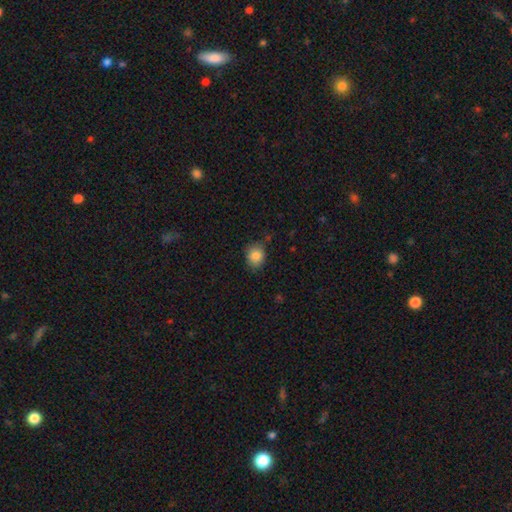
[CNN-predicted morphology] Smooth or featured? Predicted: smooth (p=0.85). How rounded? Predicted: round (p=0.65). Merging? Predicted: none (p=0.77).